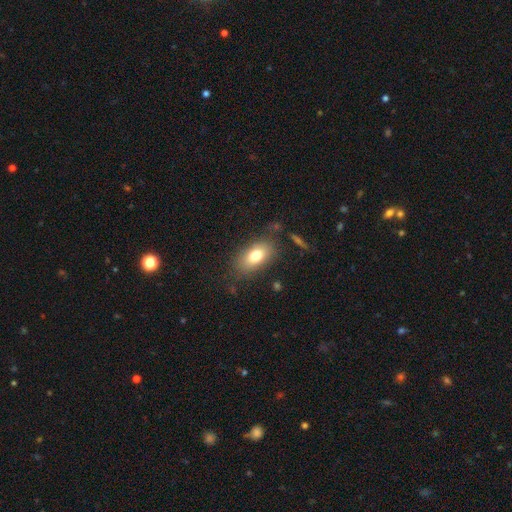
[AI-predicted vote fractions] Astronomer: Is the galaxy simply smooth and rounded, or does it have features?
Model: smooth — 77%.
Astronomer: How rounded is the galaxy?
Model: in between — 88%.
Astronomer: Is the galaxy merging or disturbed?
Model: none — 77%.